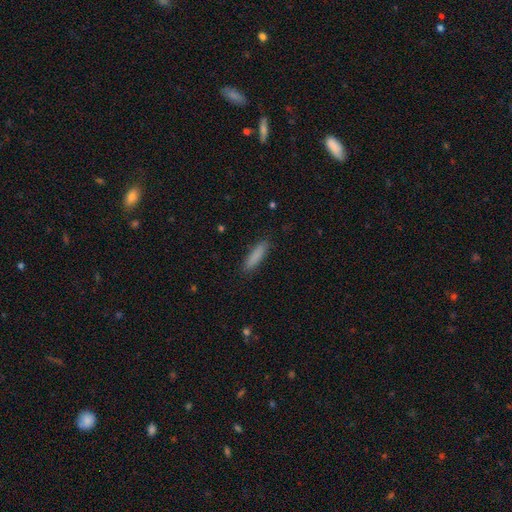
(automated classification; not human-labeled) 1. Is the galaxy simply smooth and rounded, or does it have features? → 86% smooth, 8% featured or disk, 6% star or artifact.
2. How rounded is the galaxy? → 77% cigar-shaped, 21% in between, 1% round.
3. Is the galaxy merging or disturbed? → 88% none, 9% minor disturbance, 2% major disturbance, 1% merger.